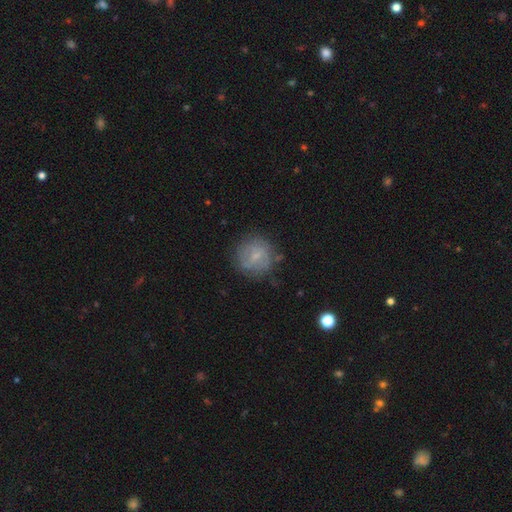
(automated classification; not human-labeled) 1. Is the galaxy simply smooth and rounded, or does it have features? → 53% smooth, 39% featured or disk, 9% star or artifact.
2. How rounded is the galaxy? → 90% round, 9% in between, 1% cigar-shaped.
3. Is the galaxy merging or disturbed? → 74% none, 18% minor disturbance, 6% major disturbance, 2% merger.